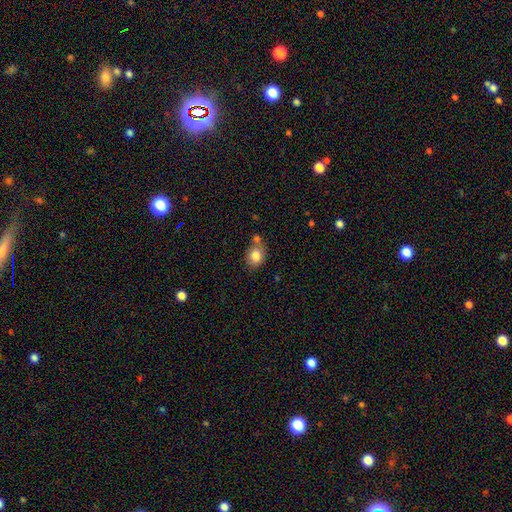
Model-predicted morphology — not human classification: Smooth or featured?
  - smooth: 82% *
  - featured or disk: 9%
  - star or artifact: 9%
How rounded?
  - in between: 54% *
  - round: 45%
  - cigar-shaped: 1%
Merging?
  - none: 58% *
  - merger: 20%
  - minor disturbance: 18%
  - major disturbance: 4%